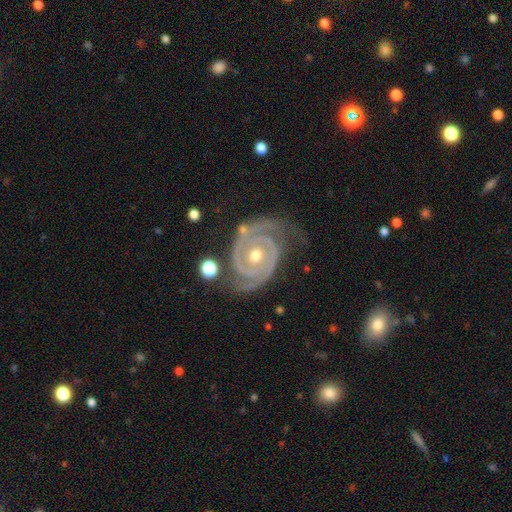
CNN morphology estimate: type=featured or disk (93%); edge-on=no (98%); bar=no (74%); spiral arms=yes (98%); winding=tight (78%); arm count=2 (83%); bulge=moderate (63%); merging=none (71%).